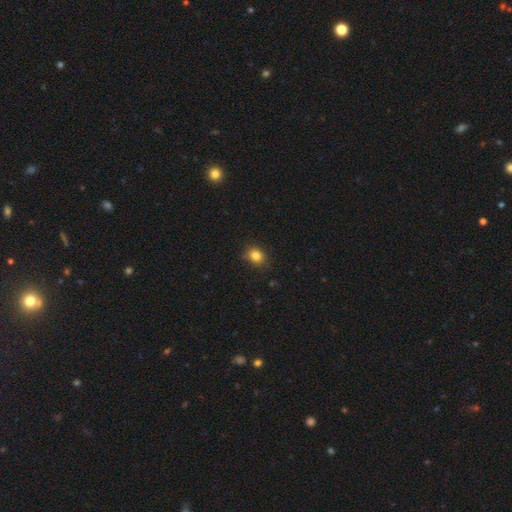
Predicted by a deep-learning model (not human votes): The model was most divided on "how rounded": round: 60%, in between: 39%, cigar-shaped: 1%. More confident: smooth or featured — smooth (83%); merging — none (82%).